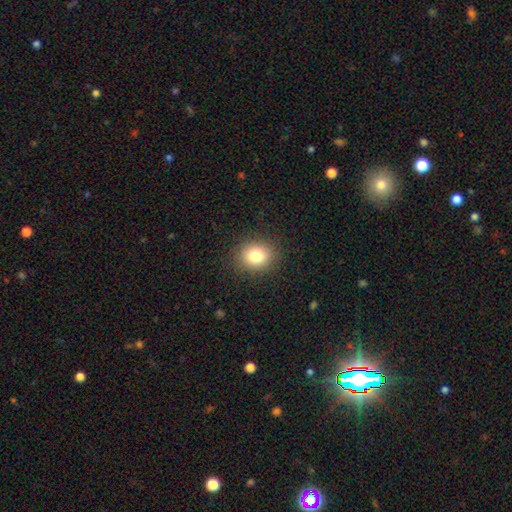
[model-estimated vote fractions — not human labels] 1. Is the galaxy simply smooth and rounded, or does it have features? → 80% smooth, 11% star or artifact, 8% featured or disk.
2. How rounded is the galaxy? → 67% round, 32% in between, 1% cigar-shaped.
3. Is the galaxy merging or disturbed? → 88% none, 8% minor disturbance, 3% major disturbance, 1% merger.